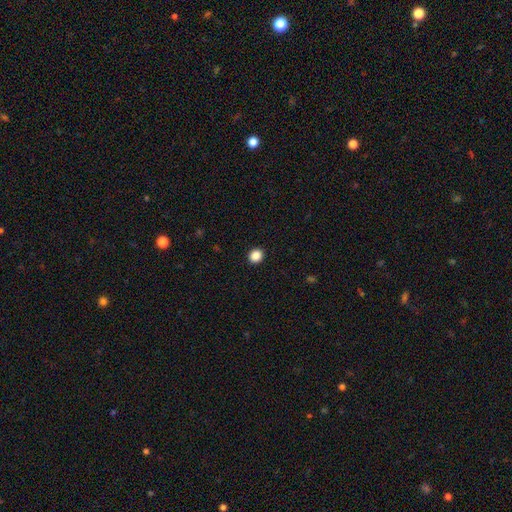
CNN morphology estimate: This appears to be a smooth galaxy with no disk features (88%) that is round (80%). Merging: none (93%).